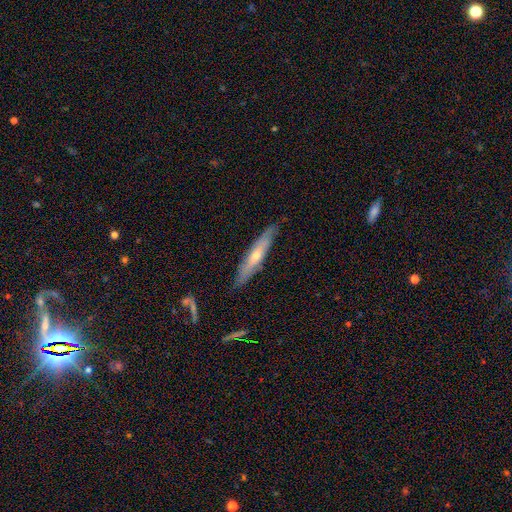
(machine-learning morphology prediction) Smooth or featured? Predicted: featured or disk (p=0.53). Edge-on disk? Predicted: yes (p=0.81). Merging? Predicted: none (p=0.84).